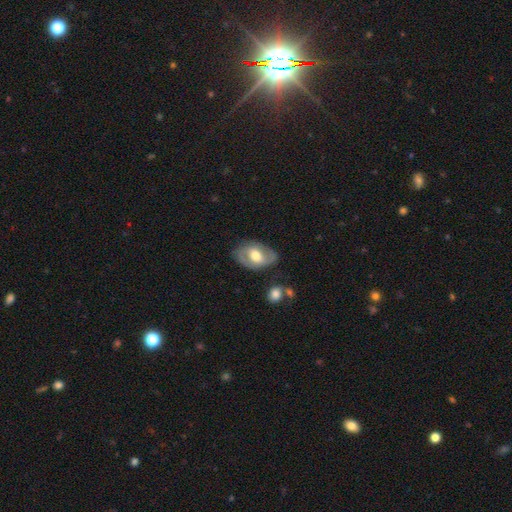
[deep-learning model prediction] Morphology: type=featured or disk (64%); edge-on=no (94%); bar=weak (41%); spiral arms=yes (69%); bulge=moderate (65%); merging=none (76%).